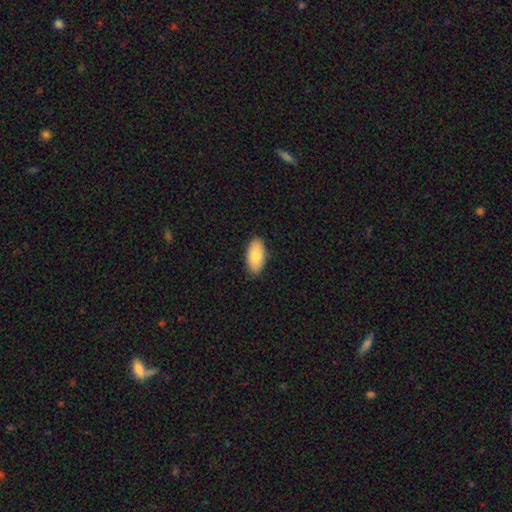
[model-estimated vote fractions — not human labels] smooth_or_featured: smooth (p=0.82) [alt: featured or disk p=0.12]
how_rounded: in between (p=0.94) [alt: cigar-shaped p=0.04]
merging: none (p=0.88) [alt: minor disturbance p=0.10]